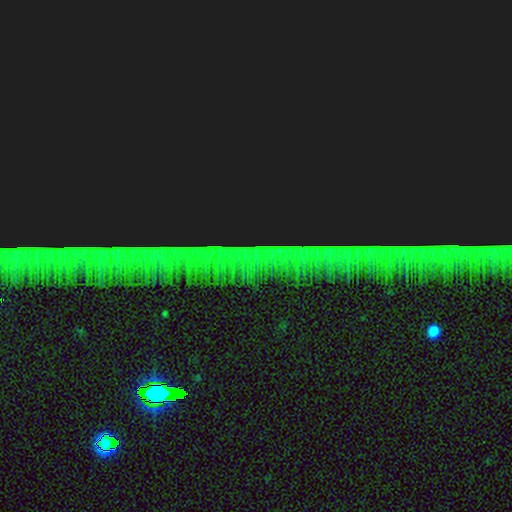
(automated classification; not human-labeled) The model was most divided on "smooth or featured": star or artifact: 86%, featured or disk: 8%, smooth: 6%.